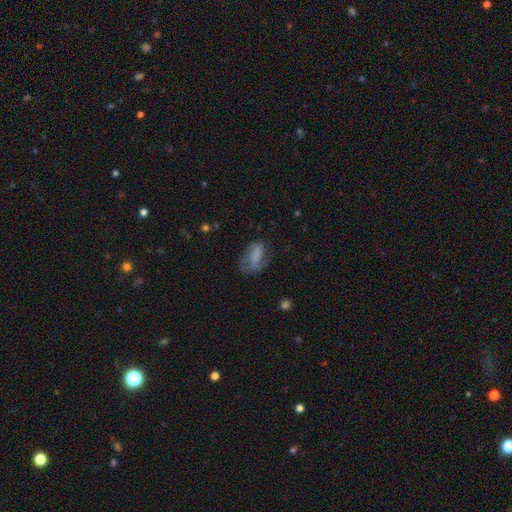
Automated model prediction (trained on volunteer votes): A smooth galaxy with no disk features (62%) that is in between round and cigar-shaped (87%).

Vote fractions:
- Smooth or featured? smooth: 62% / featured or disk: 28% / star or artifact: 10%
- How rounded? in between: 87% / round: 8% / cigar-shaped: 5%
- Merging? none: 40% / minor disturbance: 29% / major disturbance: 28% / merger: 2%